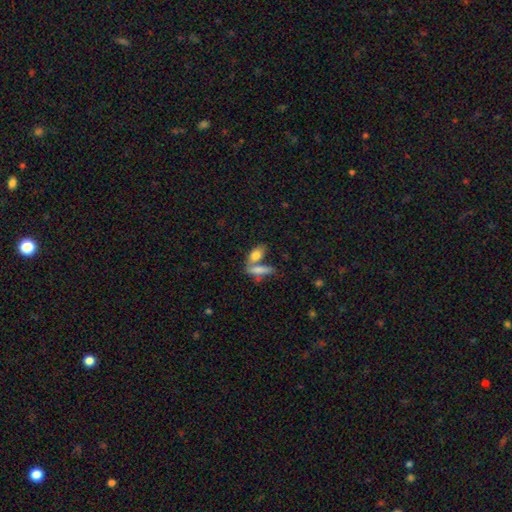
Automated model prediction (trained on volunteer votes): A smooth galaxy with no disk features (77%) that is in between round and cigar-shaped (79%). Merging: merger (54%).